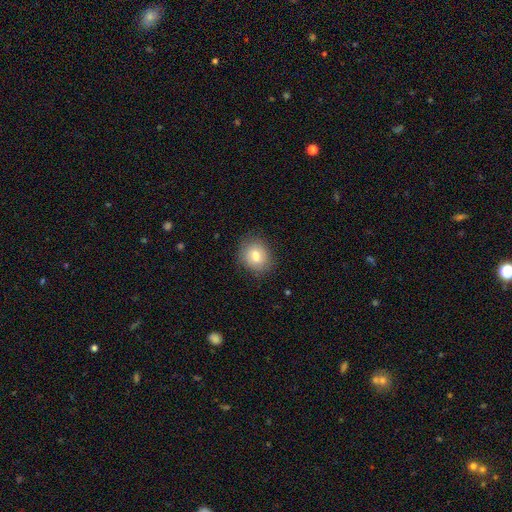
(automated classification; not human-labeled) Morphology: type=smooth (78%); roundness=round (66%); merging=none (83%).